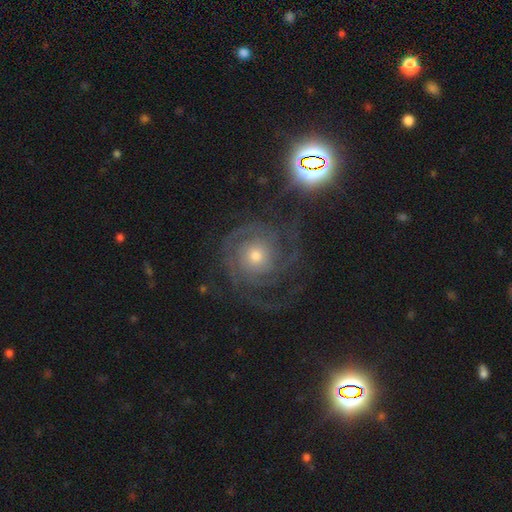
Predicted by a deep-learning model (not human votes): smooth-or-featured: featured or disk: 84% | star or artifact: 8% | smooth: 8%
  disk-edge-on: no: 98% | yes: 2%
    bar: no: 79% | weak: 17% | strong: 4%
    has-spiral-arms: yes: 96% | no: 4%
      spiral-winding: tight: 62% | medium: 29% | loose: 9%
      spiral-arm-count: 2: 27% | 3: 25% | can't tell: 24% | 4: 10% | 1: 8% | more than 4: 7%
    bulge-size: moderate: 53% | small: 39% | large: 5% | none: 1% | dominant: 1%
  merging: none: 69% | major disturbance: 16% | minor disturbance: 14% | merger: 2%